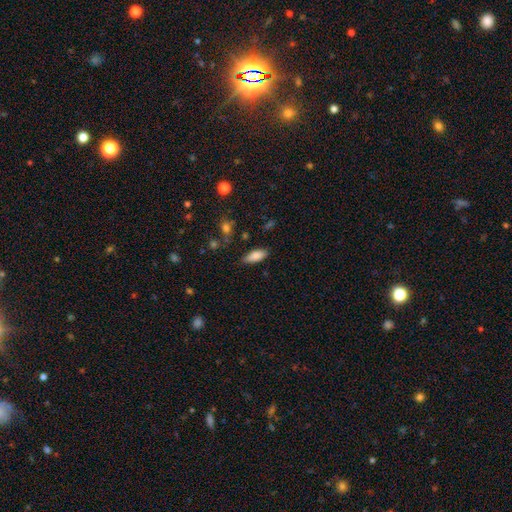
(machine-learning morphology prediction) smooth-or-featured: smooth: 86% | star or artifact: 7% | featured or disk: 7%
  how-rounded: in between: 80% | cigar-shaped: 18% | round: 2%
  merging: none: 80% | minor disturbance: 15% | major disturbance: 3% | merger: 2%